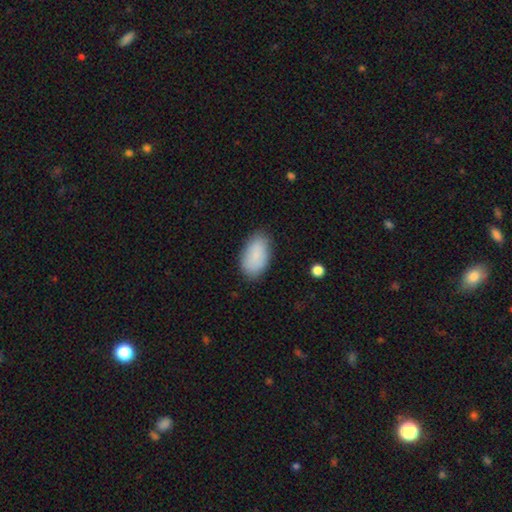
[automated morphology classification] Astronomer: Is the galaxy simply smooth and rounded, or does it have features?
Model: smooth — 85%.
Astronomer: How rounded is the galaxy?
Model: in between — 94%.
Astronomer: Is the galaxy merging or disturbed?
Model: none — 82%.